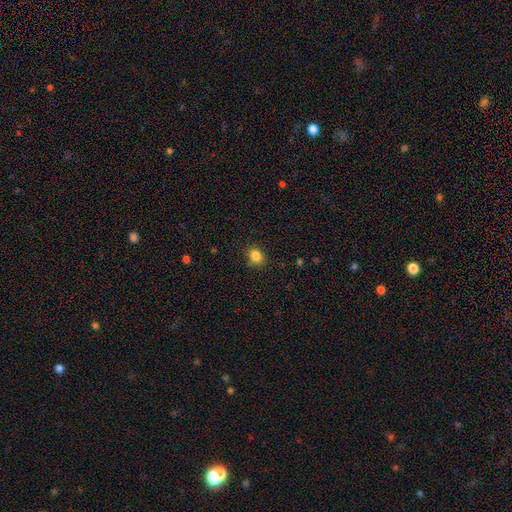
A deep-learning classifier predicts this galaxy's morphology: This appears to be a smooth galaxy with no disk features (84%) that is round (59%). Merging: none (85%).